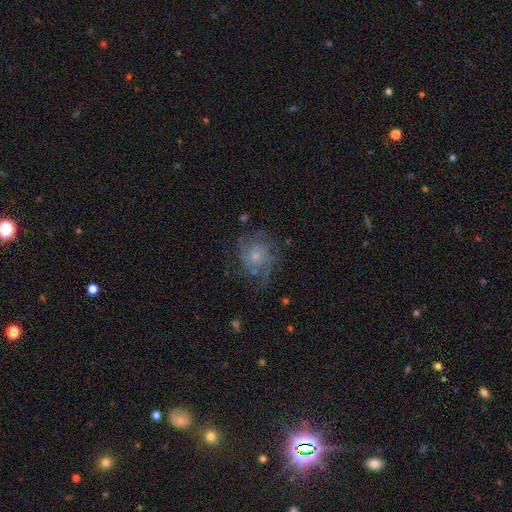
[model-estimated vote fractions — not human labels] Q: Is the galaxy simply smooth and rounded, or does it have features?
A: featured or disk — 70%.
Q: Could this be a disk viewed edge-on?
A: no — 97%.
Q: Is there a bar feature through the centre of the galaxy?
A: no — 78%.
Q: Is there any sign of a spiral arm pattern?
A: yes — 89%.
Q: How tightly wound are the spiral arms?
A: tight — 45%.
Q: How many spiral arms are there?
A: can't tell — 37%.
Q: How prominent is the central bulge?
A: small — 59%.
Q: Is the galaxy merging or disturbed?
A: none — 67%.